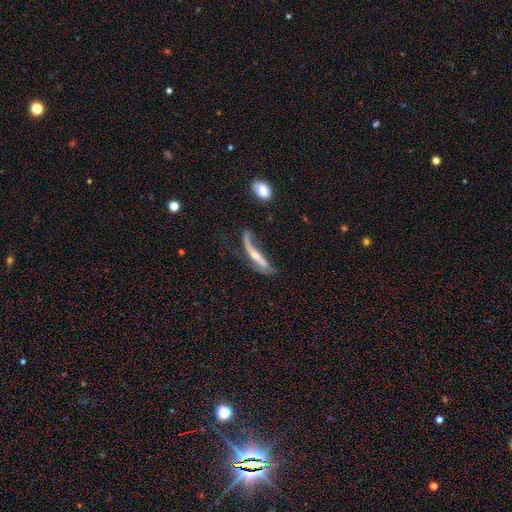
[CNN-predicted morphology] type=featured or disk (66%); edge-on=no (50%, tied with yes); merging=major disturbance (37%).